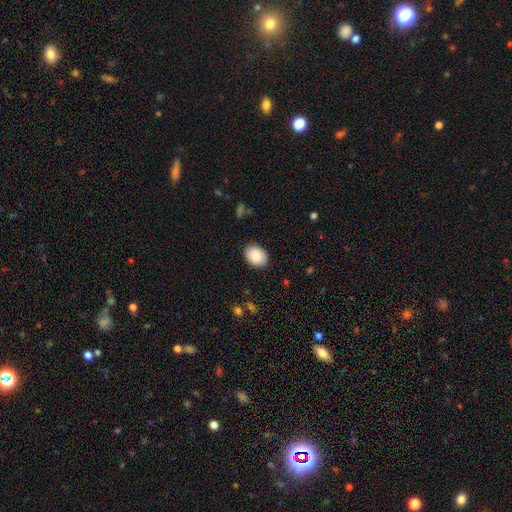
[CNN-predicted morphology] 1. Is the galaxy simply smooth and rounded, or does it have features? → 87% smooth, 7% featured or disk, 6% star or artifact.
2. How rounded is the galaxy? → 71% in between, 29% round, 1% cigar-shaped.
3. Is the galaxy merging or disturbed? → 86% none, 10% minor disturbance, 2% major disturbance, 1% merger.